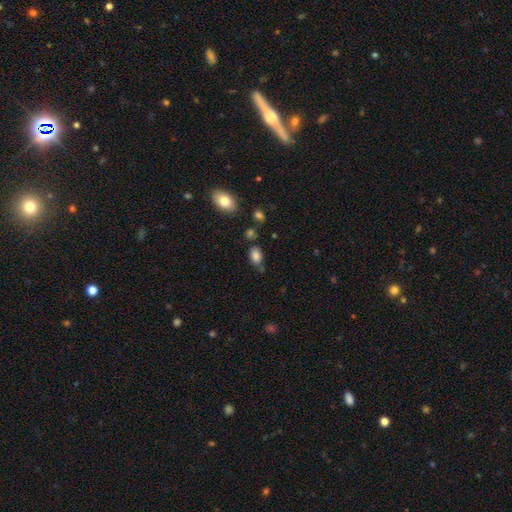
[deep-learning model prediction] smooth 83%, star or artifact 10%, featured or disk 7%. Down the decision tree: how rounded — in between (86%); merging — none (62%).